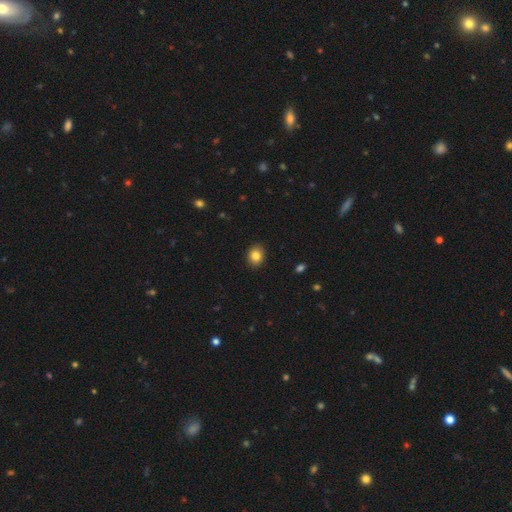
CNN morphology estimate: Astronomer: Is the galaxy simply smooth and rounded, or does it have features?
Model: smooth — 85%.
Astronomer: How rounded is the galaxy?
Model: round — 57% (runner-up: in between, 42%).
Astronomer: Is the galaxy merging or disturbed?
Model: none — 91%.